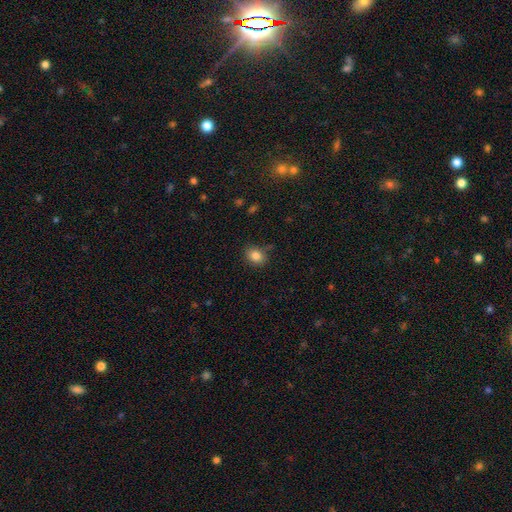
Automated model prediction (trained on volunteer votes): Overall: smooth (83%). How rounded: round (53%; in between 46%). Merging: none (82%).